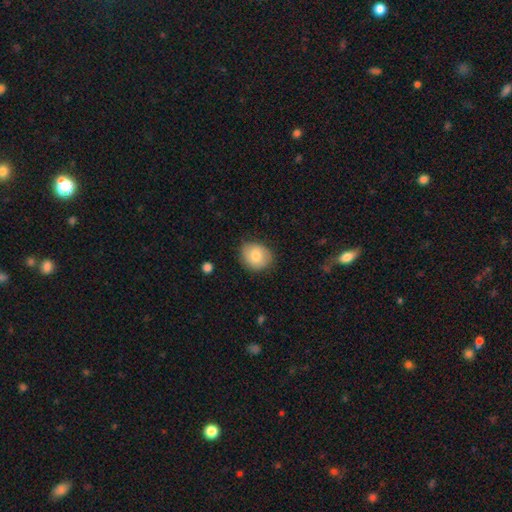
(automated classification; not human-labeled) Q: Smooth or featured?
A: smooth (77%); runner-up: featured or disk (16%)
Q: How rounded?
A: round (65%); runner-up: in between (34%)
Q: Merging?
A: none (79%); runner-up: minor disturbance (17%)